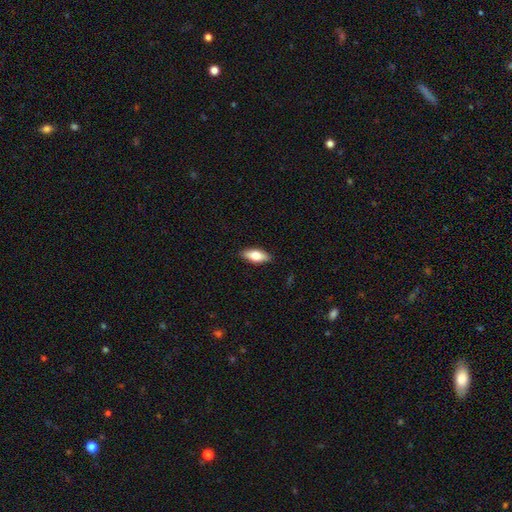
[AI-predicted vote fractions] smooth 70%, featured or disk 24%, star or artifact 6%. Down the decision tree: how rounded — in between (77%); merging — none (88%).